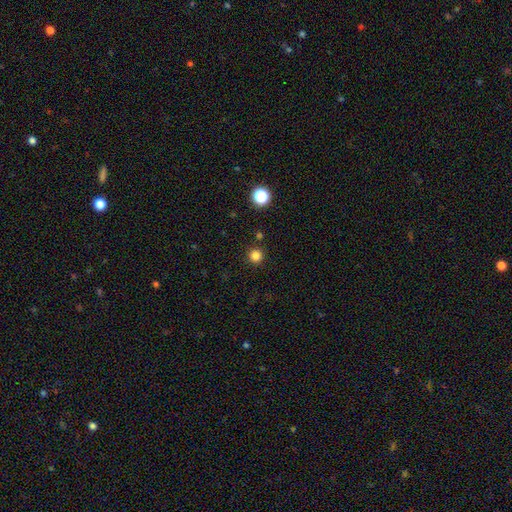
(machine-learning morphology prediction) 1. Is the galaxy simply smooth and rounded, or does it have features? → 82% smooth, 14% star or artifact, 4% featured or disk.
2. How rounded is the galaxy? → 96% round, 3% in between, 1% cigar-shaped.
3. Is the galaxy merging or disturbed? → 90% none, 5% minor disturbance, 3% merger, 2% major disturbance.